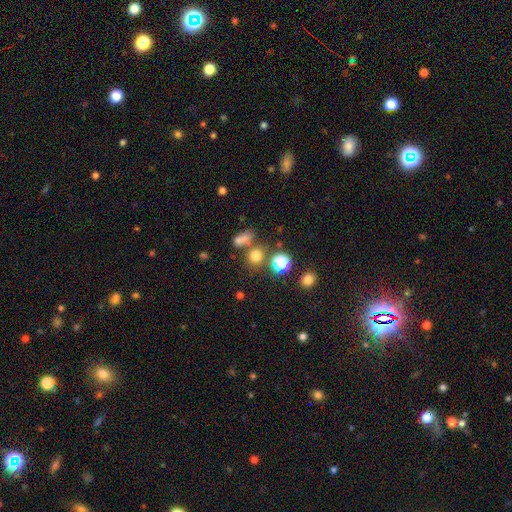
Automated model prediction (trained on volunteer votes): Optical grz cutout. It shows a smooth galaxy with no disk features (70%) that is round (80%). Merging: none (63%).